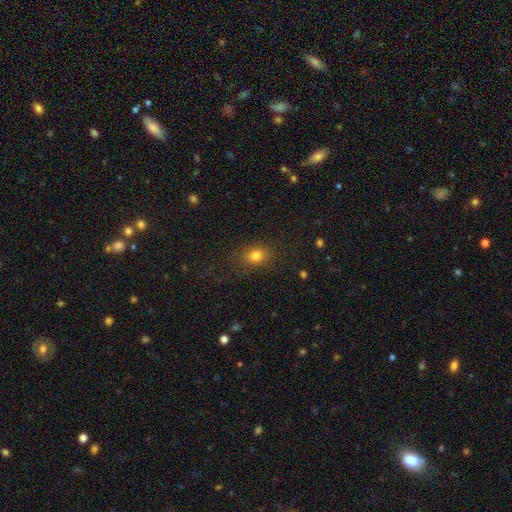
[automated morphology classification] Overall: smooth (80%). How rounded: round (50%; in between 49%). Merging: none (80%).